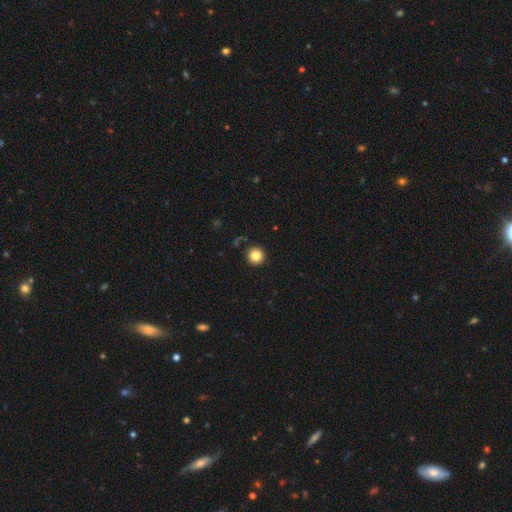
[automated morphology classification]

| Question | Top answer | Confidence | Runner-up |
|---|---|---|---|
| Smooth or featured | smooth | 84% | star or artifact (11%) |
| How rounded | round | 96% | in between (3%) |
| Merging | none | 92% | minor disturbance (5%) |